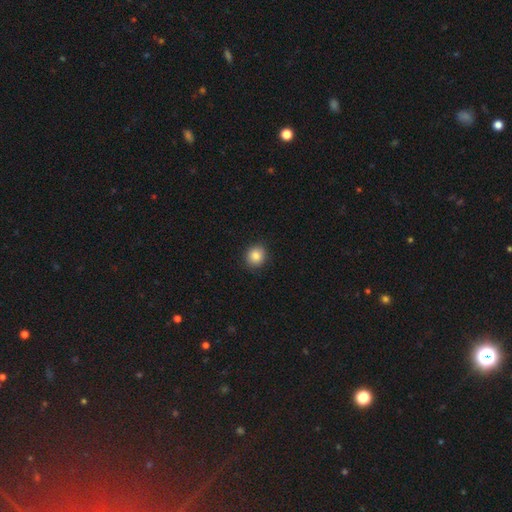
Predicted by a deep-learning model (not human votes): smooth 85%, star or artifact 10%, featured or disk 5%. Down the decision tree: how rounded — round (79%); merging — none (89%).